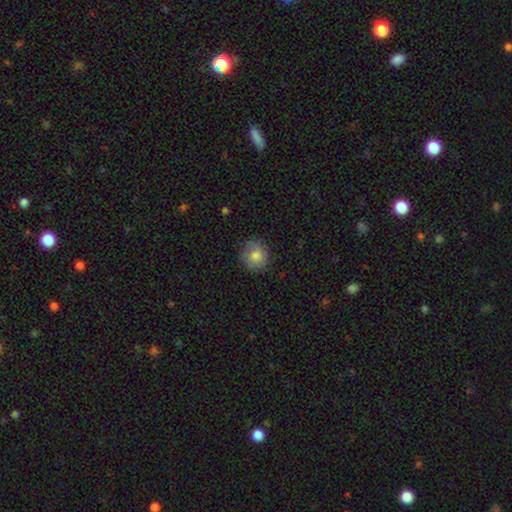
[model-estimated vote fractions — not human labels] Overall: smooth (74%). How rounded: round (84%). Merging: none (77%).